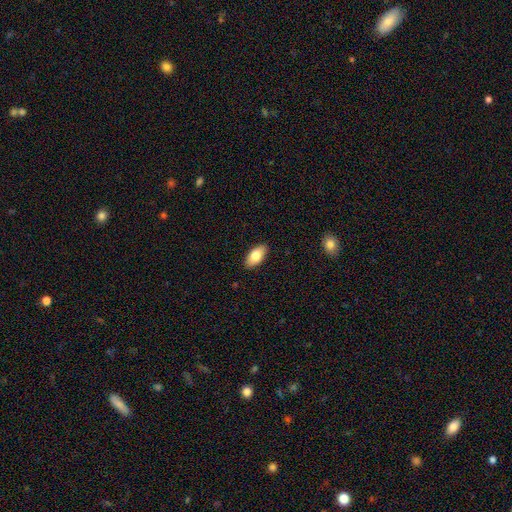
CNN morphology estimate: smooth_or_featured: smooth (p=0.81) [alt: featured or disk p=0.13]
how_rounded: in between (p=0.92) [alt: cigar-shaped p=0.05]
merging: none (p=0.89) [alt: minor disturbance p=0.08]